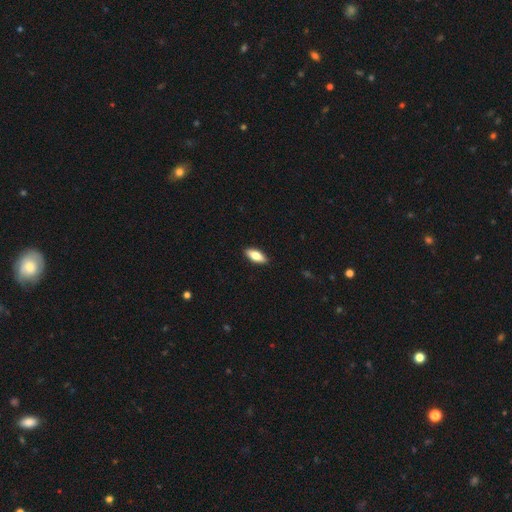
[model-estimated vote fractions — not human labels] A smooth galaxy with no disk features (74%) that is in between round and cigar-shaped (77%). Merging: none (90%).